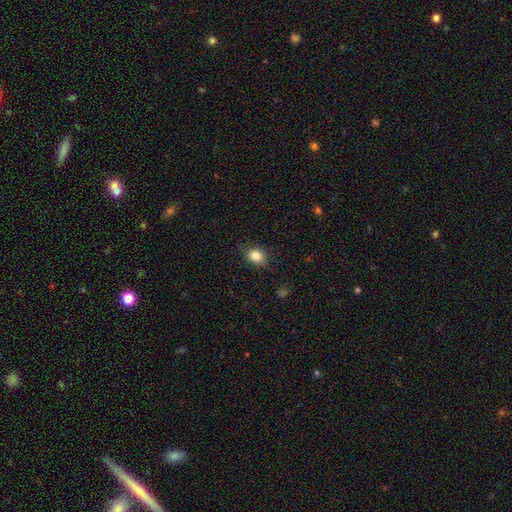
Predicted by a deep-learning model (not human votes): Morphology: type=smooth (85%); roundness=in between (58%); merging=none (83%).